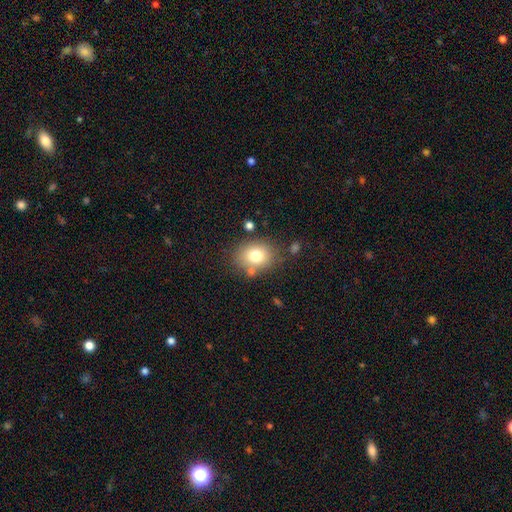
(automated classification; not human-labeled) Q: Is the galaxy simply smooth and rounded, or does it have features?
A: smooth — 76%.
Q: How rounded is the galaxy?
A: round — 51%.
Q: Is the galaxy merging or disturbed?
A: none — 75%.